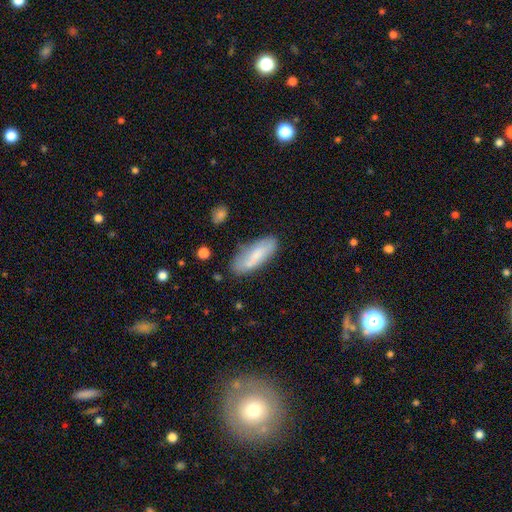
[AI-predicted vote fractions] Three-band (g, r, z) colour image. It shows a smooth galaxy with no disk features (71%) that is in between round and cigar-shaped (64%). Merging: none (68%).